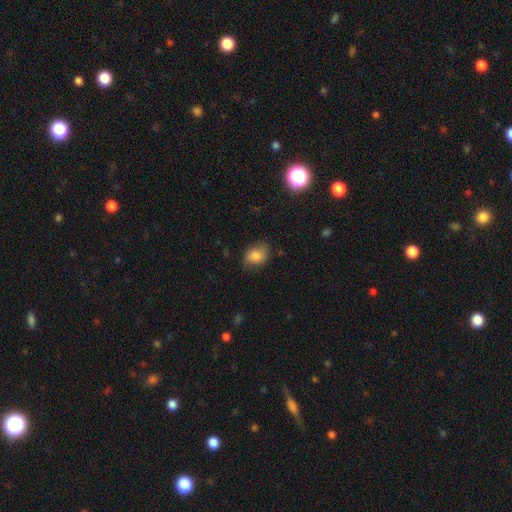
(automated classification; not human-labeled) Smooth or featured?
  - smooth: 78% *
  - featured or disk: 13%
  - star or artifact: 9%
How rounded?
  - in between: 67% *
  - round: 31%
  - cigar-shaped: 1%
Merging?
  - none: 69% *
  - minor disturbance: 24%
  - major disturbance: 6%
  - merger: 1%